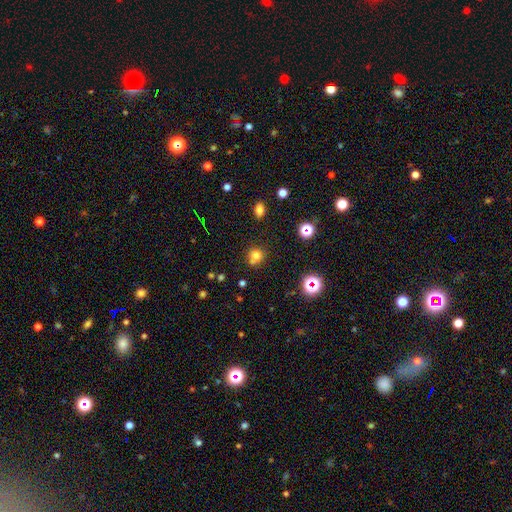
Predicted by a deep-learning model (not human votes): This appears to be a smooth galaxy with no disk features (71%) that is round (85%). Merging: none (61%).